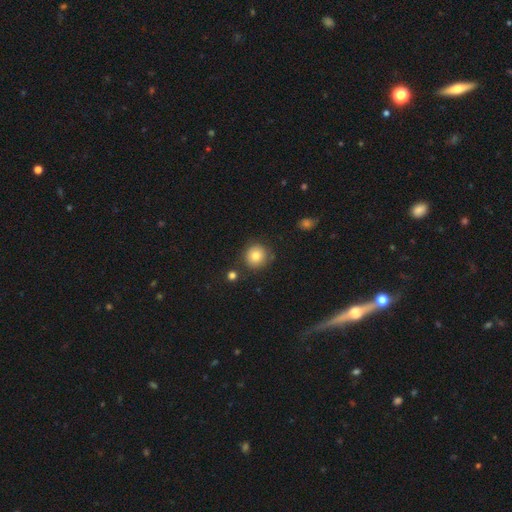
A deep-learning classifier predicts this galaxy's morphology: Smooth or featured: smooth — 80% (star or artifact — 11%)
How rounded: round — 92% (in between — 7%)
Merging: none — 82% (minor disturbance — 11%)